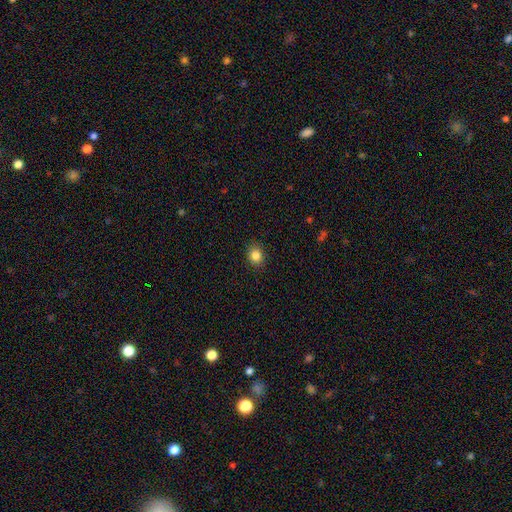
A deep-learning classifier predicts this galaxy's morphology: type=smooth (84%); roundness=round (64%); merging=none (89%).